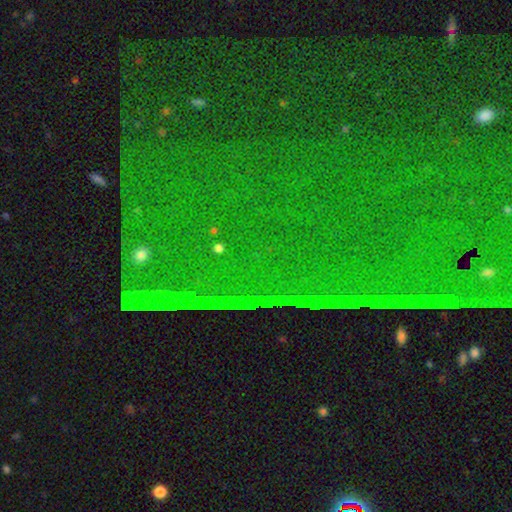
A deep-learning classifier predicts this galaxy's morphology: This appears to be a star or artifact, not a galaxy (85%).